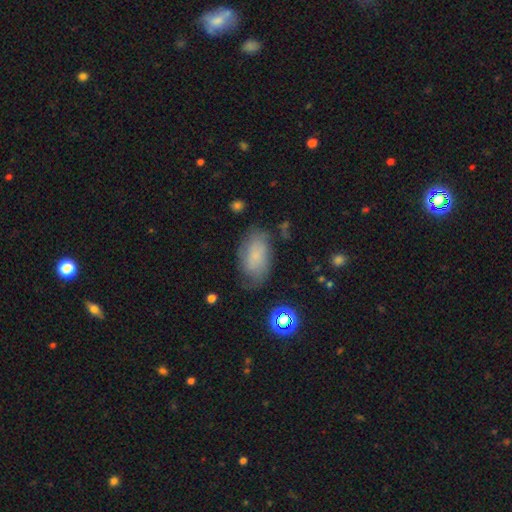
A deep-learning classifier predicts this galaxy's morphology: This appears to be a smooth galaxy with no disk features (56%) that is in between round and cigar-shaped (91%). Merging: none (62%).